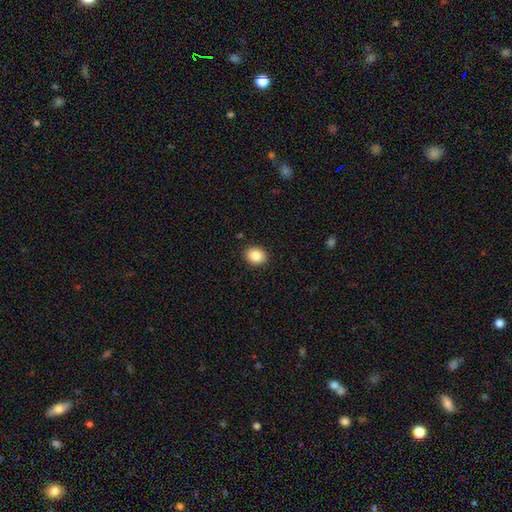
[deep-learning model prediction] Smooth or featured?
  - smooth: 87% *
  - star or artifact: 8%
  - featured or disk: 5%
How rounded?
  - in between: 52% *
  - round: 47%
  - cigar-shaped: 1%
Merging?
  - none: 90% *
  - minor disturbance: 7%
  - major disturbance: 2%
  - merger: 1%